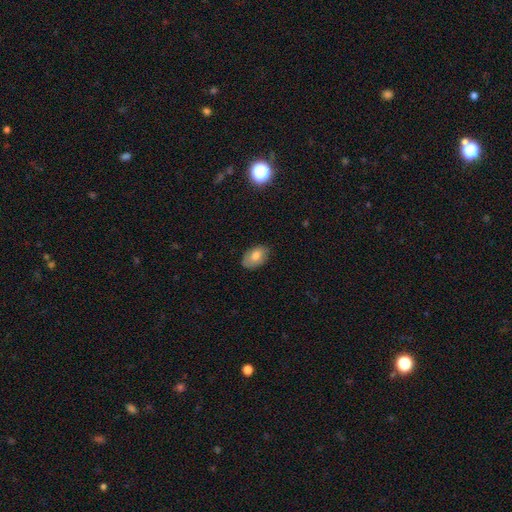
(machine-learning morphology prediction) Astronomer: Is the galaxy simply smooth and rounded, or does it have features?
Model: smooth — 74%.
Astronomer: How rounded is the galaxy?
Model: in between — 89%.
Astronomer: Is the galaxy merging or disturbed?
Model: none — 80%.